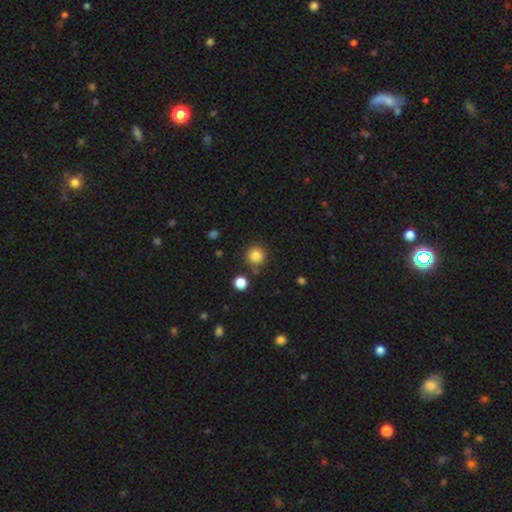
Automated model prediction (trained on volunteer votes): This is clearly a smooth galaxy (84%). How rounded: clearly round (94%). Merging: clearly none (83%).